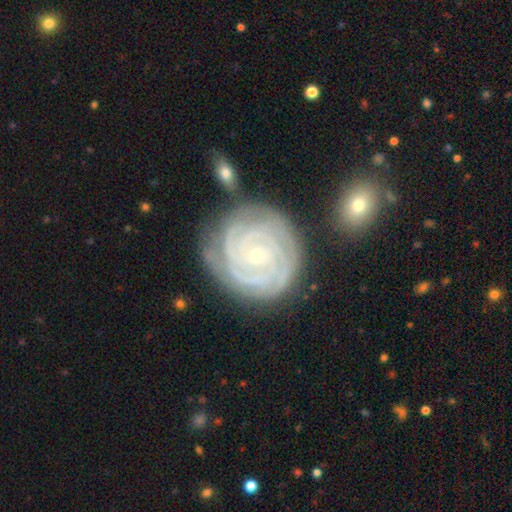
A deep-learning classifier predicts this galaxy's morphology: Smooth or featured? Predicted: featured or disk (p=0.89). Edge-on disk? Predicted: no (p=0.98). Bar? Predicted: no (p=0.73). Spiral arms? Predicted: yes (p=0.98). Spiral winding? Predicted: tight (p=0.88). Spiral arm count? Predicted: 3 (p=0.28). Bulge size? Predicted: small (p=0.86). Merging? Predicted: none (p=0.74).